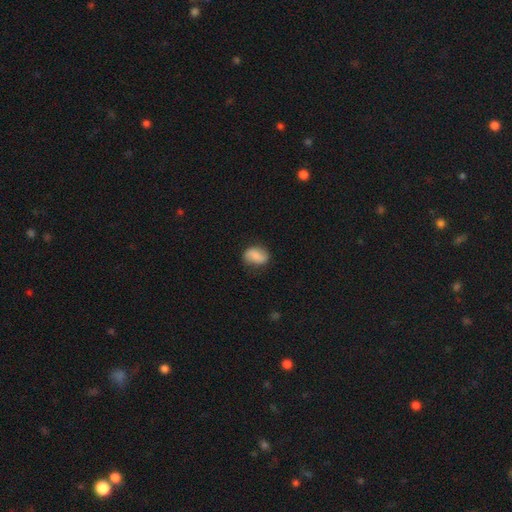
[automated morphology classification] Q: Smooth or featured?
A: smooth (64%); runner-up: featured or disk (28%)
Q: How rounded?
A: in between (67%); runner-up: round (31%)
Q: Merging?
A: none (76%); runner-up: minor disturbance (18%)